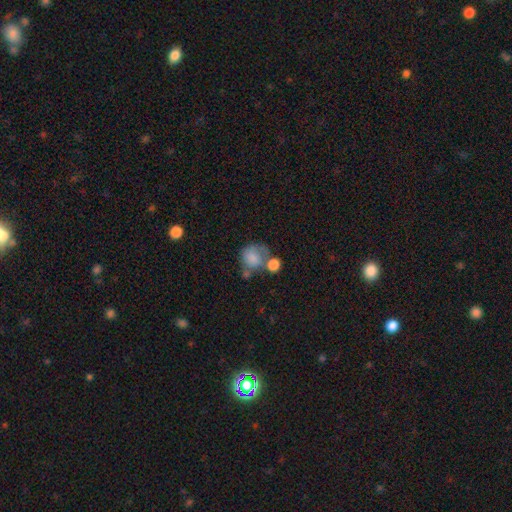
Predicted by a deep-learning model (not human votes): Smooth or featured? smooth (68%)
How rounded? round (69%)
Merging? none (33%)